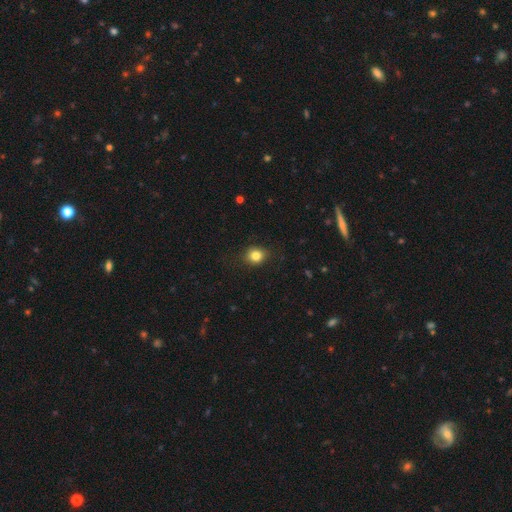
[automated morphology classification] smooth-or-featured: smooth: 83% | star or artifact: 11% | featured or disk: 6%
  how-rounded: round: 73% | in between: 26% | cigar-shaped: 1%
  merging: none: 86% | minor disturbance: 10% | major disturbance: 3% | merger: 1%